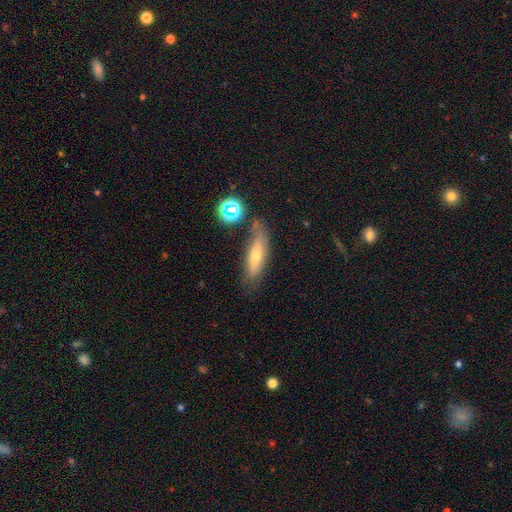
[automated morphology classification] Smooth or featured? smooth (51%)
How rounded? cigar-shaped (55%)
Merging? none (63%)